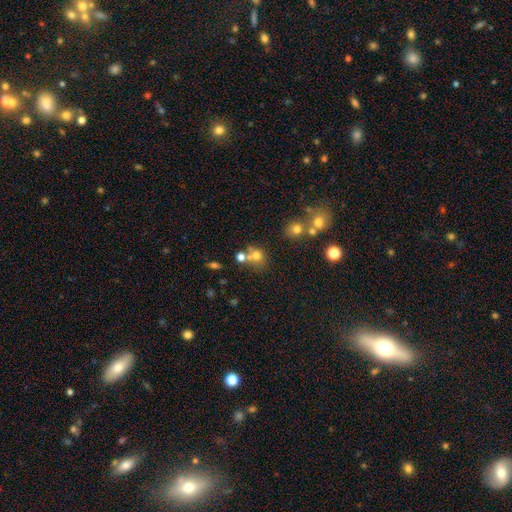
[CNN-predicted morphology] type=smooth (66%); roundness=round (72%); merging=none (46%).